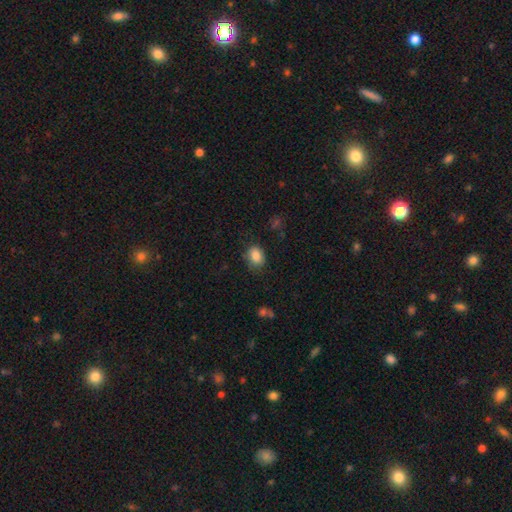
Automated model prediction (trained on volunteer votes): Overall: smooth (86%). How rounded: in between (64%; round 35%). Merging: none (78%).